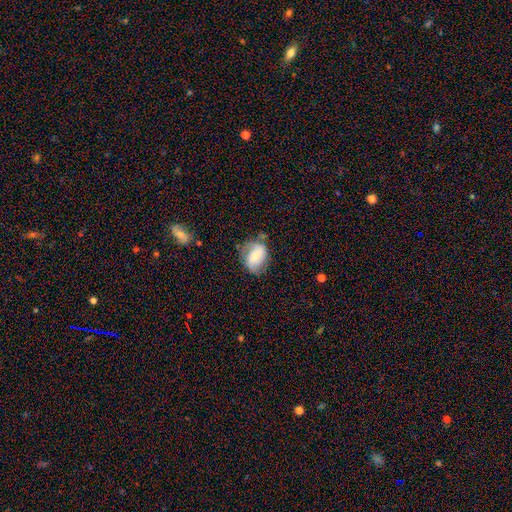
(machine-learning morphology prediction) smooth-or-featured: featured or disk: 50% | smooth: 42% | star or artifact: 8%
  merging: none: 57% | minor disturbance: 27% | major disturbance: 12% | merger: 4%